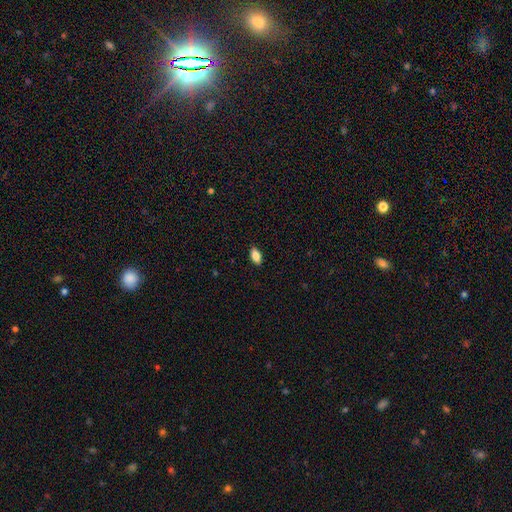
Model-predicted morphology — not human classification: Smooth or featured? Predicted: smooth (p=0.85). How rounded? Predicted: in between (p=0.89). Merging? Predicted: none (p=0.88).